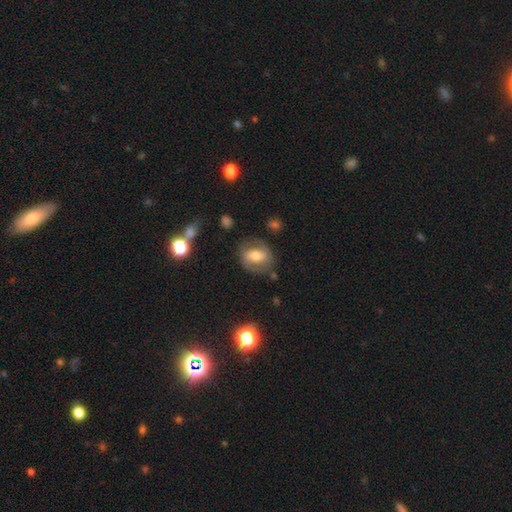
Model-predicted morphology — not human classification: Smooth or featured? featured or disk (48%)
Merging? none (73%)